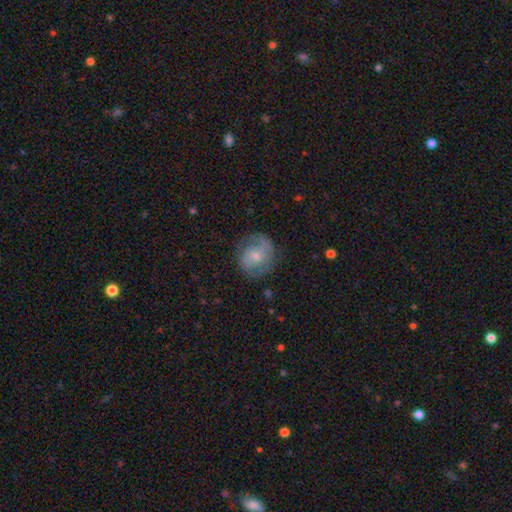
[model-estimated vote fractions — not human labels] Smooth or featured?
  - featured or disk: 52% *
  - smooth: 40%
  - star or artifact: 7%
Edge-on disk?
  - no: 97% *
  - yes: 3%
Bar?
  - no: 58% *
  - weak: 34%
  - strong: 7%
Spiral arms?
  - yes: 79% *
  - no: 21%
Bulge size?
  - small: 48% *
  - moderate: 42%
  - none: 5%
  - large: 4%
  - dominant: 1%
Merging?
  - none: 70% *
  - minor disturbance: 19%
  - major disturbance: 9%
  - merger: 1%